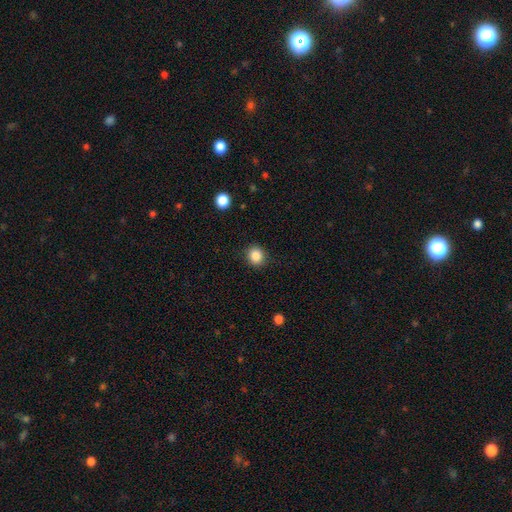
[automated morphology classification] type=smooth (86%); roundness=round (82%); merging=none (89%).